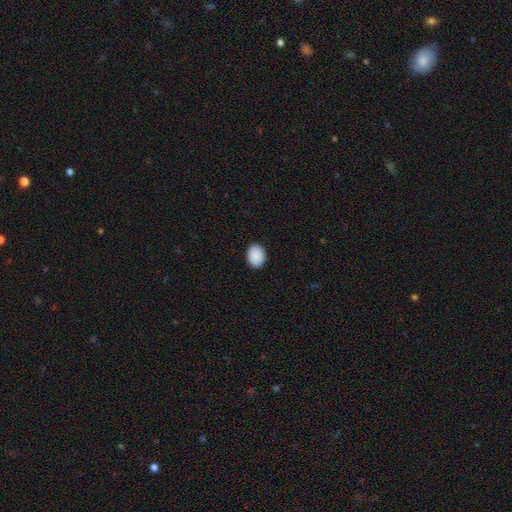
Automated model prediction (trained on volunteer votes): smooth-or-featured: smooth: 90% | star or artifact: 7% | featured or disk: 3%
  how-rounded: in between: 72% | round: 27% | cigar-shaped: 1%
  merging: none: 90% | minor disturbance: 7% | major disturbance: 2% | merger: 1%